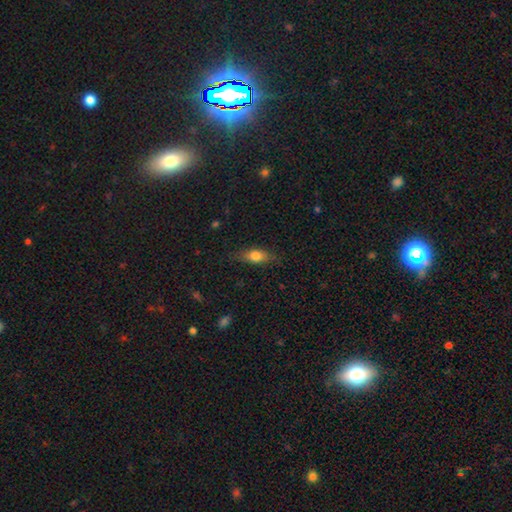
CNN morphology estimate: This appears to be a smooth galaxy with no disk features (75%) that is in between round and cigar-shaped (75%). Merging: none (78%).